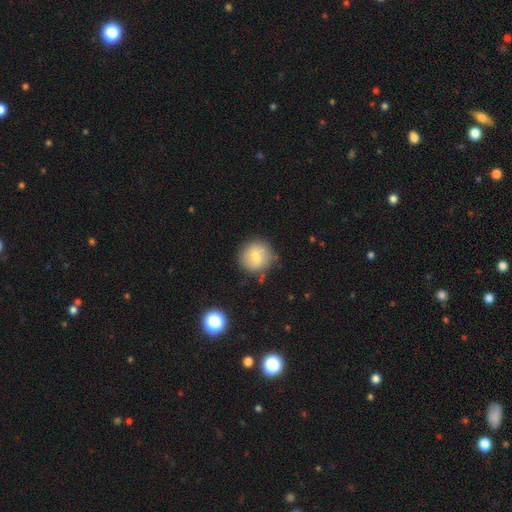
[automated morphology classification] type=smooth (69%); roundness=round (93%); merging=none (84%).